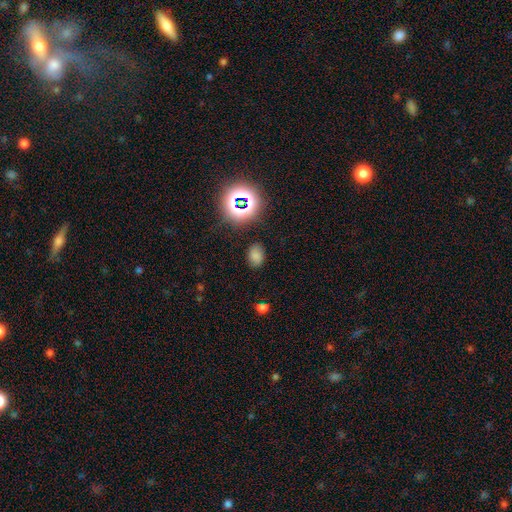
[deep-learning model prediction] smooth-or-featured: smooth: 67% | star or artifact: 22% | featured or disk: 11%
  how-rounded: in between: 76% | round: 23% | cigar-shaped: 1%
  merging: none: 78% | minor disturbance: 16% | major disturbance: 5% | merger: 2%